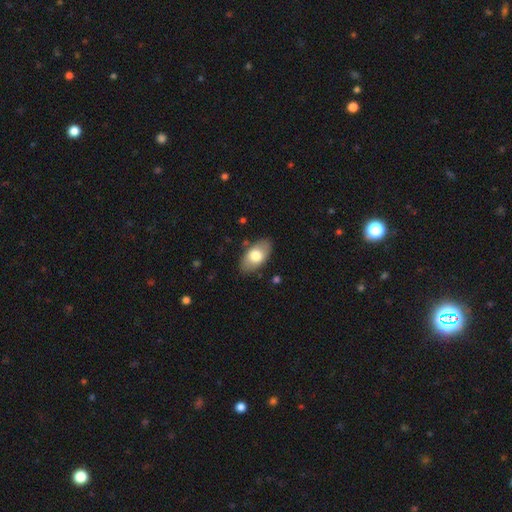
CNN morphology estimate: Smooth or featured? Predicted: smooth (p=0.72). How rounded? Predicted: in between (p=0.94). Merging? Predicted: none (p=0.84).